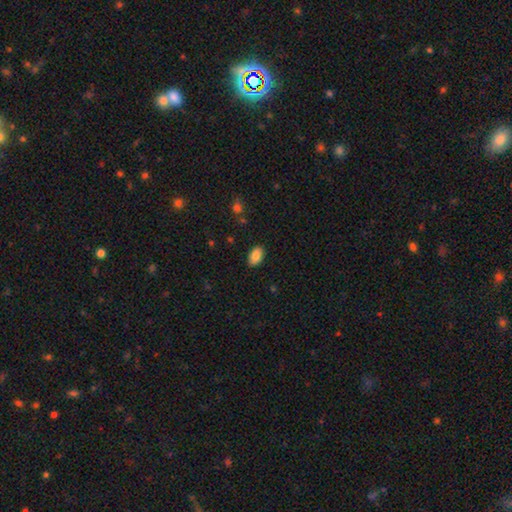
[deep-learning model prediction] Q: Smooth or featured?
A: smooth (86%); runner-up: star or artifact (7%)
Q: How rounded?
A: in between (92%); runner-up: round (7%)
Q: Merging?
A: none (86%); runner-up: minor disturbance (11%)